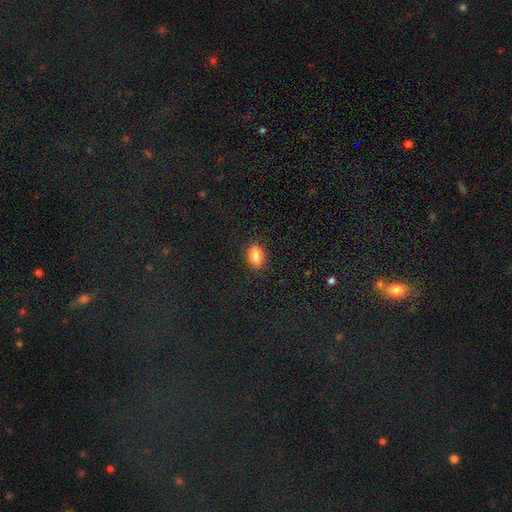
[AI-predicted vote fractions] smooth_or_featured: smooth (p=0.85) [alt: star or artifact p=0.09]
how_rounded: in between (p=0.87) [alt: round p=0.11]
merging: none (p=0.87) [alt: minor disturbance p=0.10]